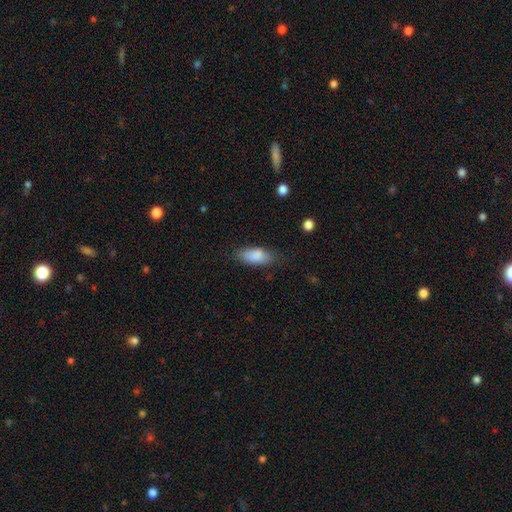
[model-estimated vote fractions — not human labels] Smooth or featured? smooth (86%)
How rounded? in between (84%)
Merging? none (73%)